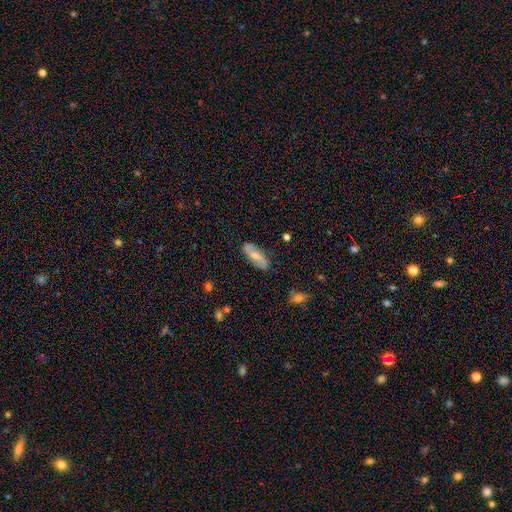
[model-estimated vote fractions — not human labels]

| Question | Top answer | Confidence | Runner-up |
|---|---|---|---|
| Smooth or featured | featured or disk | 51% | smooth (42%) |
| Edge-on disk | no | 90% | yes (10%) |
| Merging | none | 83% | minor disturbance (13%) |